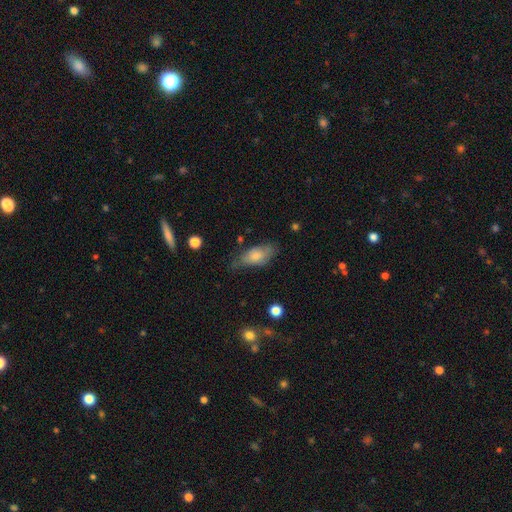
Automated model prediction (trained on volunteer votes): Smooth or featured? Predicted: smooth (p=0.76). How rounded? Predicted: in between (p=0.85). Merging? Predicted: none (p=0.55).